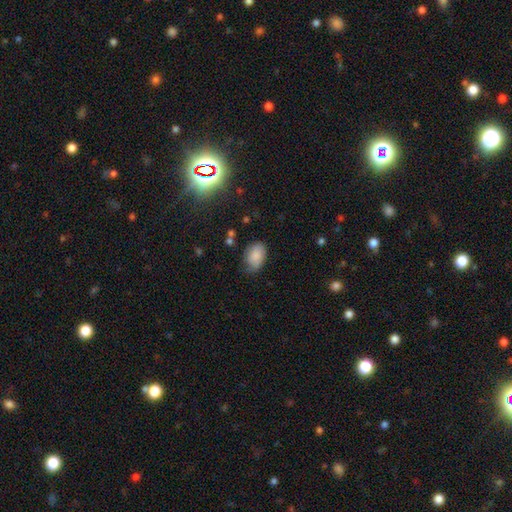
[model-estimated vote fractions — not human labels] A smooth galaxy with no disk features (80%) that is in between round and cigar-shaped (86%).

Vote fractions:
- Smooth or featured? smooth: 80% / featured or disk: 12% / star or artifact: 8%
- How rounded? in between: 86% / round: 13% / cigar-shaped: 1%
- Merging? none: 59% / minor disturbance: 32% / major disturbance: 7% / merger: 2%